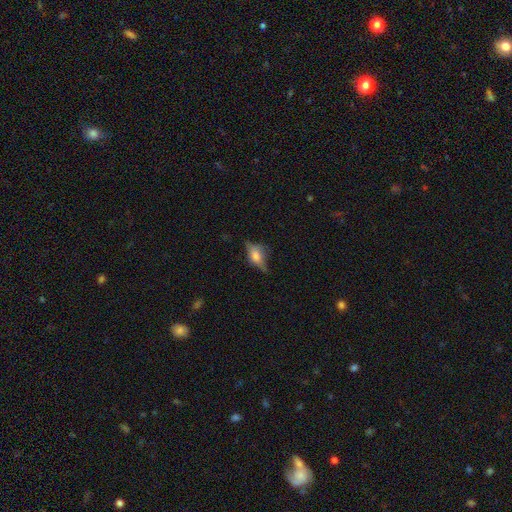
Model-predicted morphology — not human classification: This is possibly a featured or disk galaxy (47%). Merging: possibly none (56%).